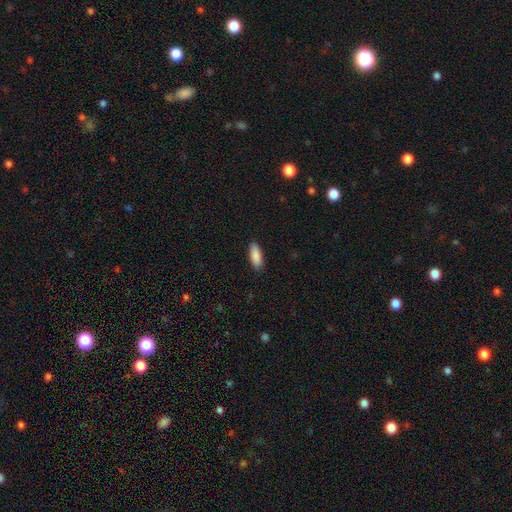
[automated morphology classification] Smooth or featured? Predicted: smooth (p=0.90). How rounded? Predicted: in between (p=0.75). Merging? Predicted: none (p=0.89).